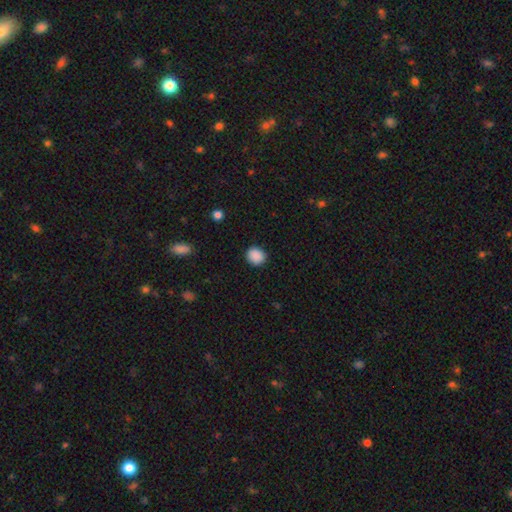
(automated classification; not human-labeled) The model was most divided on "how rounded": round: 80%, in between: 19%, cigar-shaped: 1%. More confident: merging — none (89%); smooth or featured — smooth (89%).